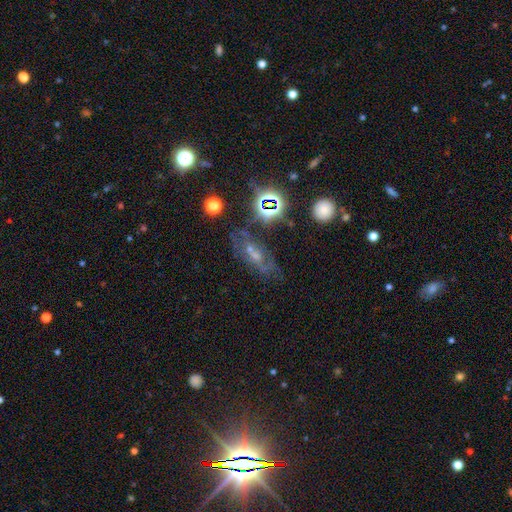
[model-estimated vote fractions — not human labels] Smooth or featured: featured or disk — 42% (star or artifact — 31%)
Merging: none — 58% (minor disturbance — 18%)